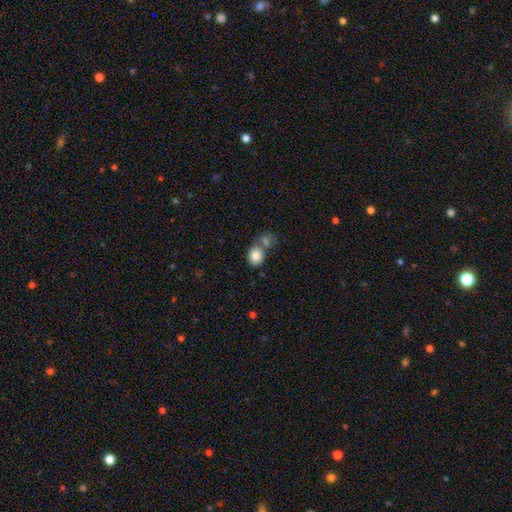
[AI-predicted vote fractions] smooth 83%, featured or disk 9%, star or artifact 8%. Down the decision tree: how rounded — in between (54%); merging — none (46%).